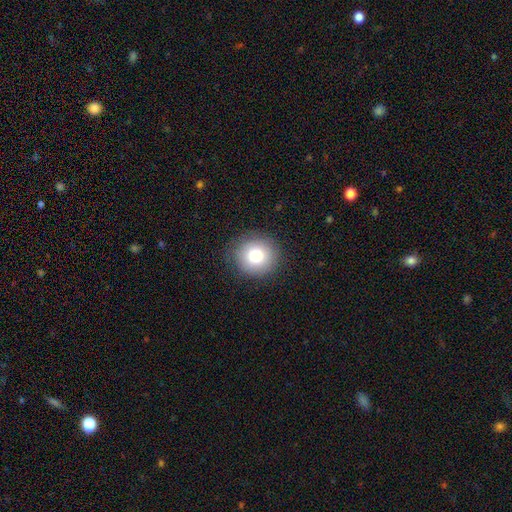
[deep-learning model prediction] Morphology: type=smooth (81%); roundness=round (91%); merging=none (86%).